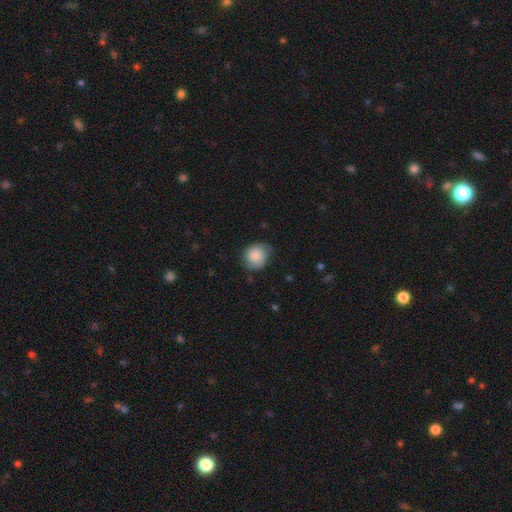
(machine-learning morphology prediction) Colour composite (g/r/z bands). It shows a smooth galaxy with no disk features (82%) that is round (78%). Merging: none (64%).